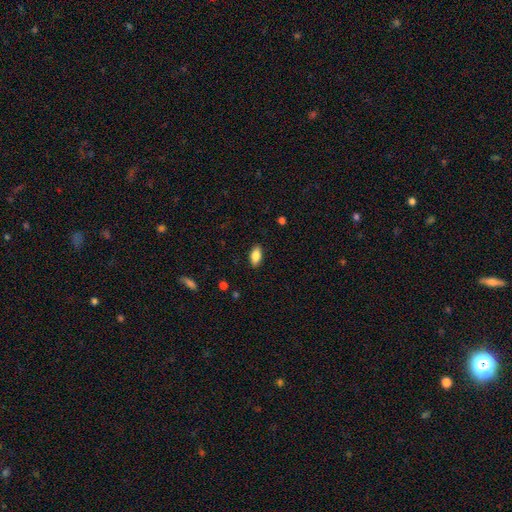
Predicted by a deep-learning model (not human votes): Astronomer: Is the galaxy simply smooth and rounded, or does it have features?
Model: smooth — 85%.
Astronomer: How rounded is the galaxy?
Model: in between — 91%.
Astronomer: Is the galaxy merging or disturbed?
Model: none — 88%.